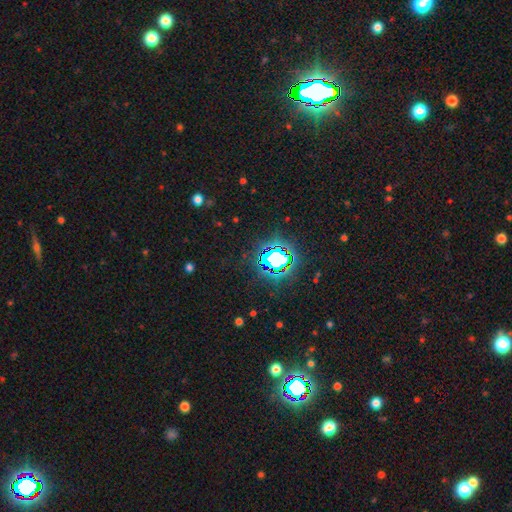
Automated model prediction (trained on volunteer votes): Morphology: type=star or artifact (83%).